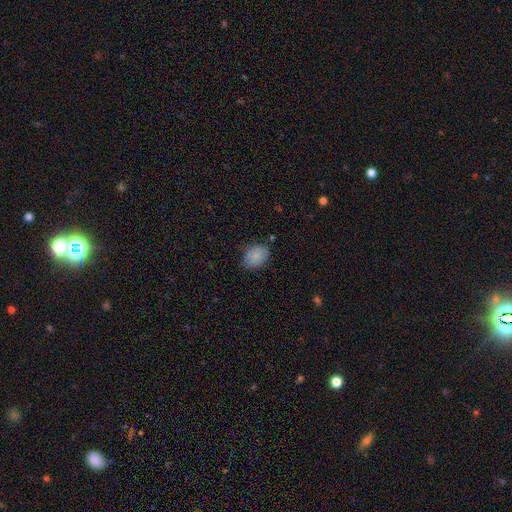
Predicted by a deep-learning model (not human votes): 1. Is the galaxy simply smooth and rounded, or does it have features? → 83% smooth, 10% featured or disk, 8% star or artifact.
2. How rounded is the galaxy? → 73% in between, 26% round, 1% cigar-shaped.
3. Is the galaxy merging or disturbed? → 75% none, 19% minor disturbance, 4% major disturbance, 2% merger.